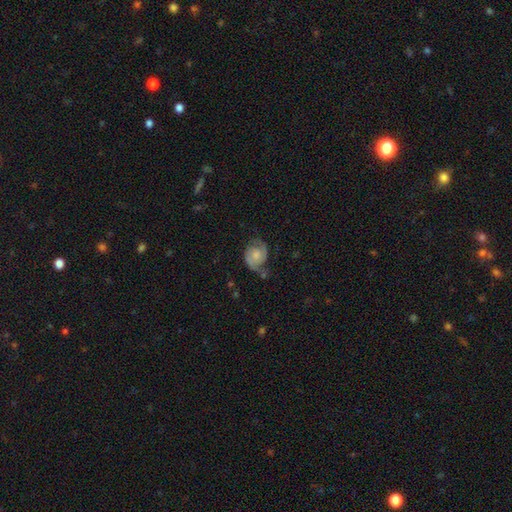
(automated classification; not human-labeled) Smooth or featured? featured or disk (71%)
Edge-on disk? no (98%)
Bar? no (71%)
Spiral arms? yes (93%)
Spiral winding? medium (45%)
Spiral arm count? 2 (85%)
Bulge size? moderate (41%)
Merging? none (55%)